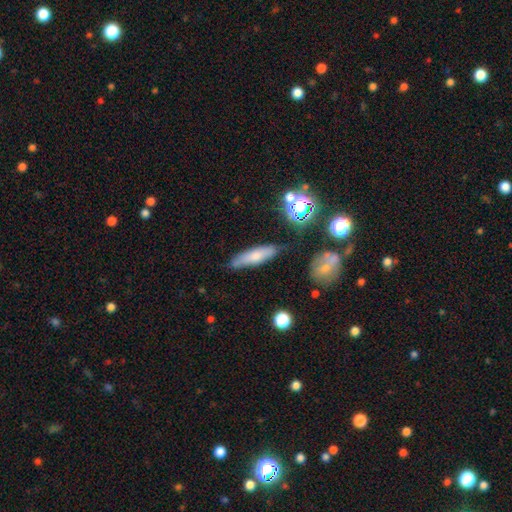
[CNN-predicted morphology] smooth-or-featured: smooth: 65% | featured or disk: 25% | star or artifact: 10%
  how-rounded: cigar-shaped: 69% | in between: 28% | round: 3%
  merging: none: 79% | minor disturbance: 14% | merger: 4% | major disturbance: 4%